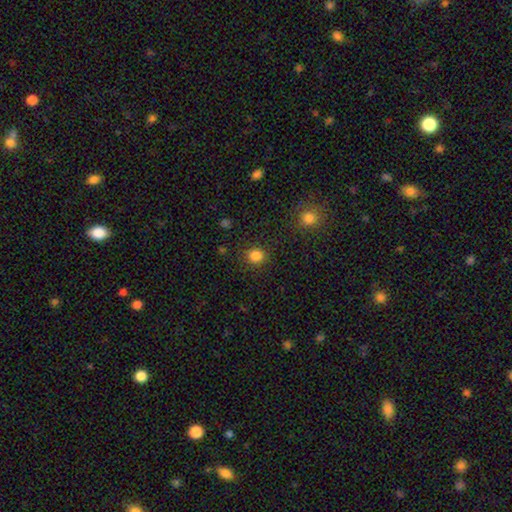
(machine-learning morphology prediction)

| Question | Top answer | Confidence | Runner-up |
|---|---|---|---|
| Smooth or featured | smooth | 84% | star or artifact (12%) |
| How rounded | round | 86% | in between (13%) |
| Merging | none | 88% | minor disturbance (7%) |